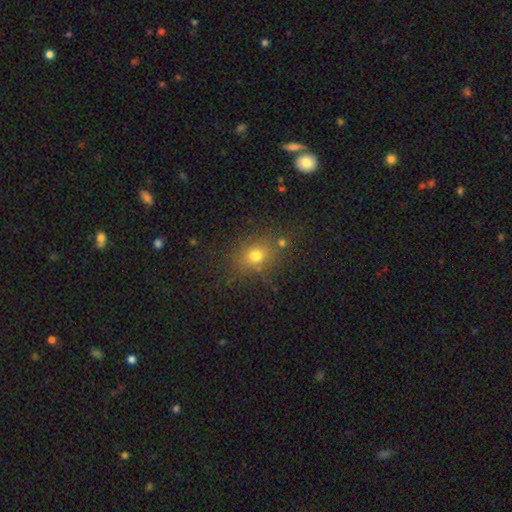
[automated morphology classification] smooth_or_featured: smooth (p=0.72) [alt: star or artifact p=0.18]
how_rounded: round (p=0.54) [alt: in between p=0.44]
merging: none (p=0.77) [alt: minor disturbance p=0.13]